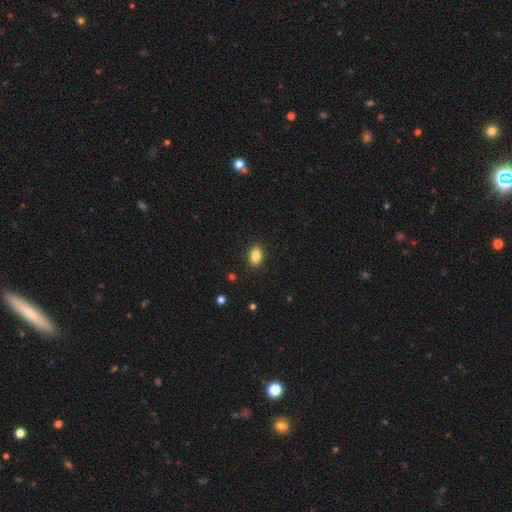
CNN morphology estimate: The model was most divided on "how rounded": in between: 86%, round: 13%, cigar-shaped: 2%. More confident: merging — none (89%); smooth or featured — smooth (85%).